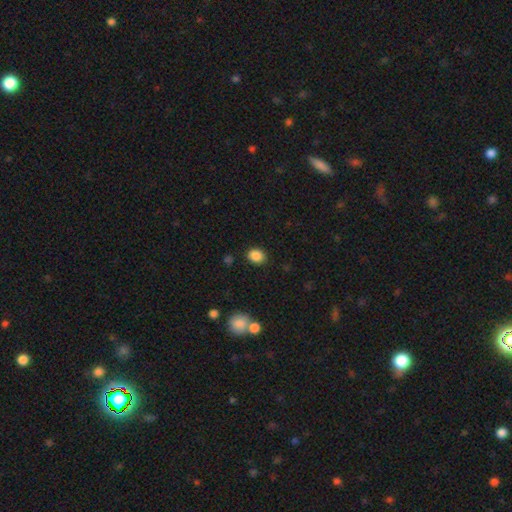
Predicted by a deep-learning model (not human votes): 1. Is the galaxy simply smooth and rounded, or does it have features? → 87% smooth, 10% star or artifact, 4% featured or disk.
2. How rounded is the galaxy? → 53% round, 46% in between, 1% cigar-shaped.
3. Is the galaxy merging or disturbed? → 85% none, 10% minor disturbance, 3% major disturbance, 2% merger.